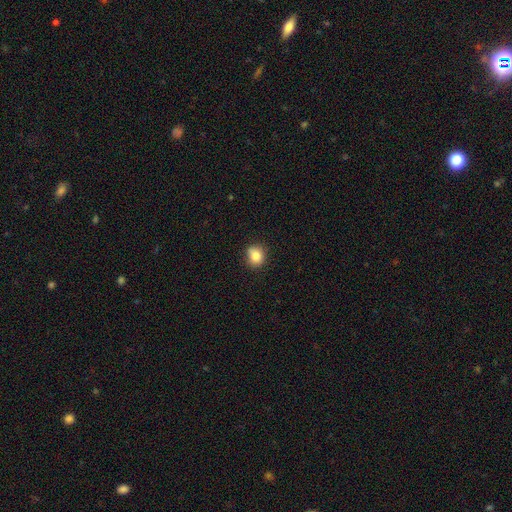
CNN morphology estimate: Overall: smooth (84%). How rounded: round (71%). Merging: none (79%).